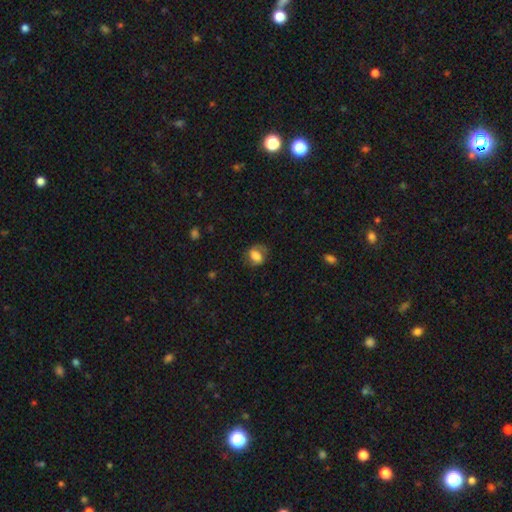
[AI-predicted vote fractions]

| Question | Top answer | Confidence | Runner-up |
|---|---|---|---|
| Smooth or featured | smooth | 70% | featured or disk (21%) |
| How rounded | in between | 66% | round (33%) |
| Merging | none | 62% | minor disturbance (24%) |